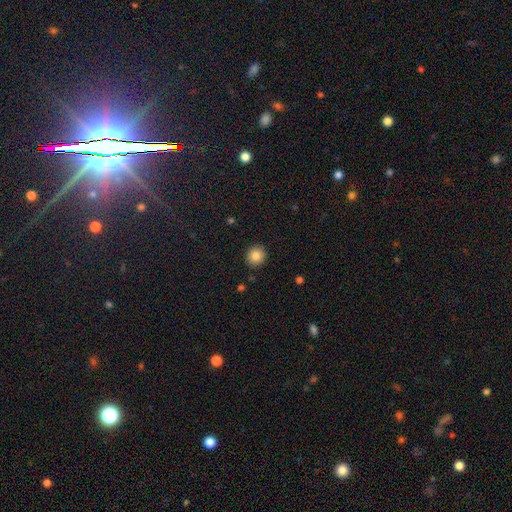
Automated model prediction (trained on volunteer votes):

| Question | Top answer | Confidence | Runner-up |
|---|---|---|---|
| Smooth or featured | smooth | 85% | star or artifact (10%) |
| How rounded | round | 90% | in between (9%) |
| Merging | none | 91% | minor disturbance (6%) |